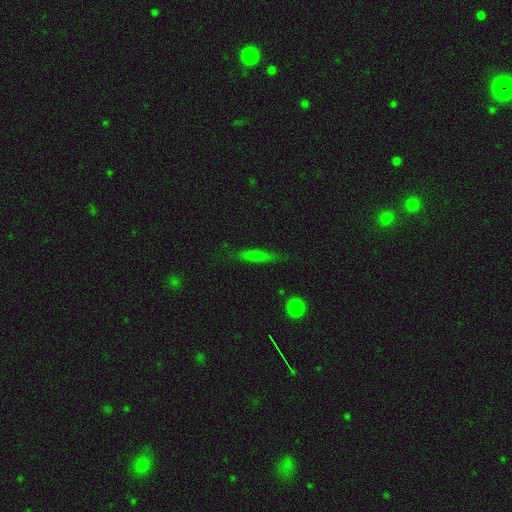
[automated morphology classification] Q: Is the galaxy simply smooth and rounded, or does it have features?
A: smooth — 66%.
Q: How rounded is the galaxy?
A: cigar-shaped — 82%.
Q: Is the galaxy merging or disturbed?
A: none — 80%.